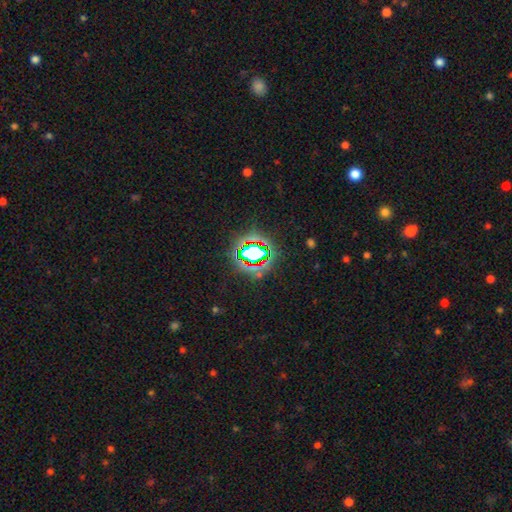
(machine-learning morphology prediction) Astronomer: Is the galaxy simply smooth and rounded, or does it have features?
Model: star or artifact — 74%.